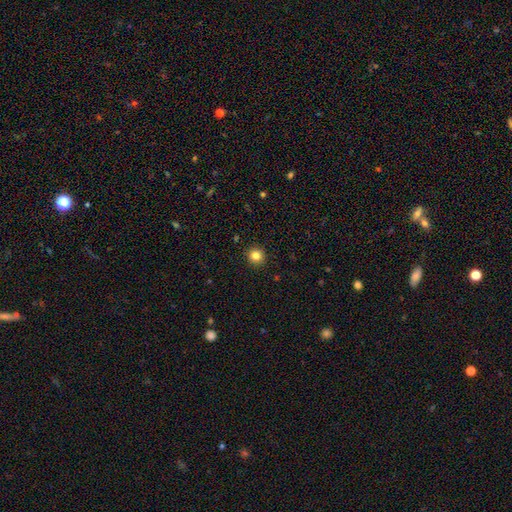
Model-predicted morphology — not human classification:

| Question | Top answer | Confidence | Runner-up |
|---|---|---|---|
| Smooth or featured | smooth | 83% | star or artifact (12%) |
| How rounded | round | 94% | in between (5%) |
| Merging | none | 93% | minor disturbance (4%) |